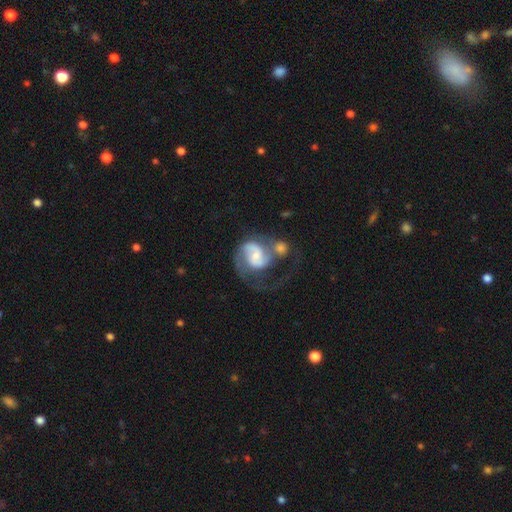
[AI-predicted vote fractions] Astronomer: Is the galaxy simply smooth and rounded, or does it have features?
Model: featured or disk — 77%.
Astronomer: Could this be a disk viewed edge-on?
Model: no — 98%.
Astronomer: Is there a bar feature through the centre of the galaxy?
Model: no — 51% (runner-up: weak, 39%).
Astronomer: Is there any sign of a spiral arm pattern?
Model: yes — 93%.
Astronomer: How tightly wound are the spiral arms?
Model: medium — 46% (runner-up: loose, 28%).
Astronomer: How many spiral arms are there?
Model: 2 — 67%.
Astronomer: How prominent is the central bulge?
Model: small — 43% (runner-up: moderate, 39%).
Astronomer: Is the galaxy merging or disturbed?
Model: merger — 39% (runner-up: major disturbance, 26%).